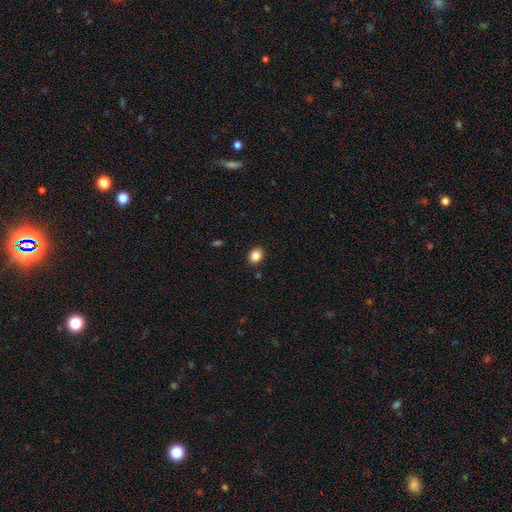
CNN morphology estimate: Smooth or featured: smooth — 86% (star or artifact — 9%)
How rounded: in between — 52% (round — 47%)
Merging: none — 89% (minor disturbance — 7%)